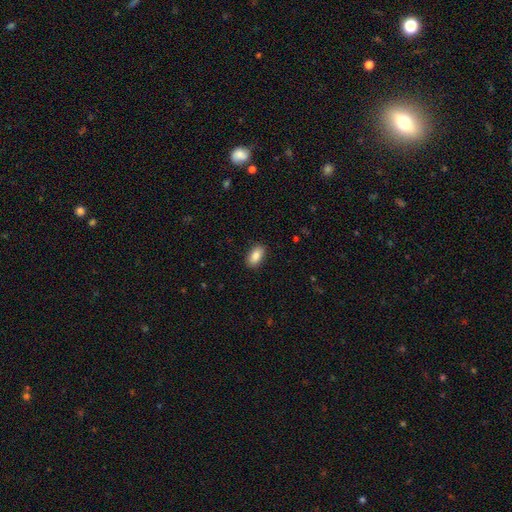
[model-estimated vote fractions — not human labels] The model was most divided on "smooth or featured": smooth: 86%, star or artifact: 7%, featured or disk: 6%. More confident: how rounded — in between (92%); merging — none (89%).